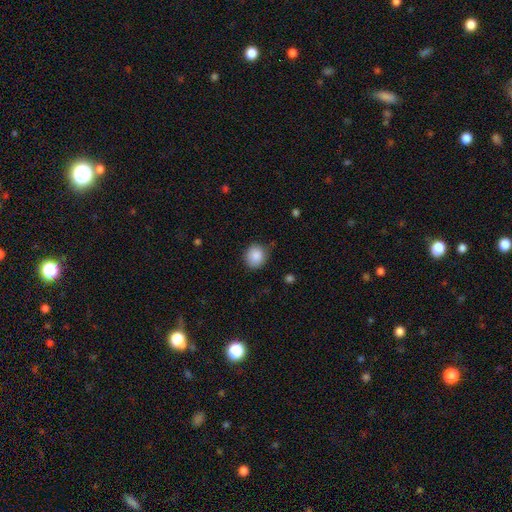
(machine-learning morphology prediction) This is clearly a smooth galaxy (88%). How rounded: clearly round (81%). Merging: clearly none (82%).